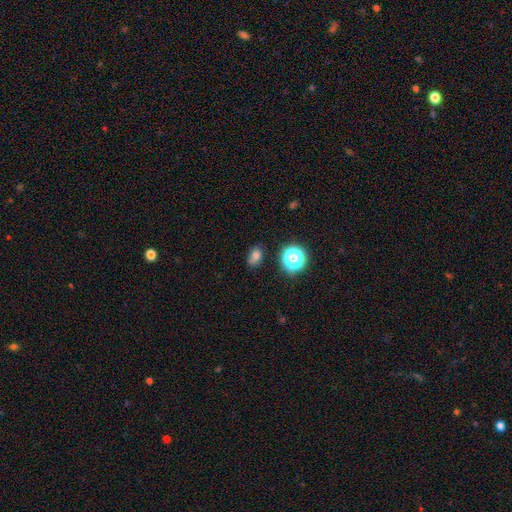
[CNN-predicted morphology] smooth-or-featured: smooth: 75% | star or artifact: 18% | featured or disk: 8%
  how-rounded: in between: 69% | round: 29% | cigar-shaped: 2%
  merging: none: 72% | minor disturbance: 19% | major disturbance: 5% | merger: 3%